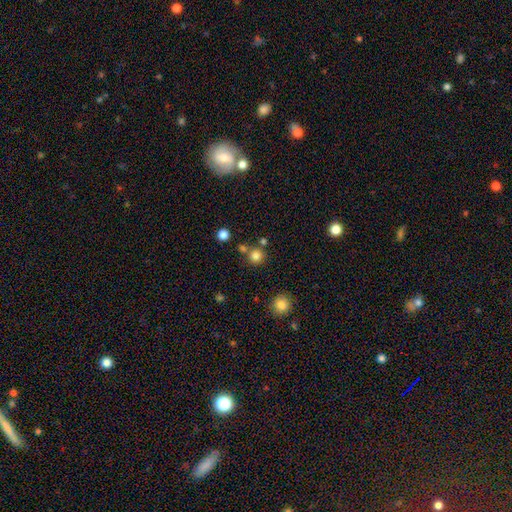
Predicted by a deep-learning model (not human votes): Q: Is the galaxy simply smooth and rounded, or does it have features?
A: smooth — 79%.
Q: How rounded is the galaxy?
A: round — 93%.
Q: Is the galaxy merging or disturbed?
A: none — 73%.